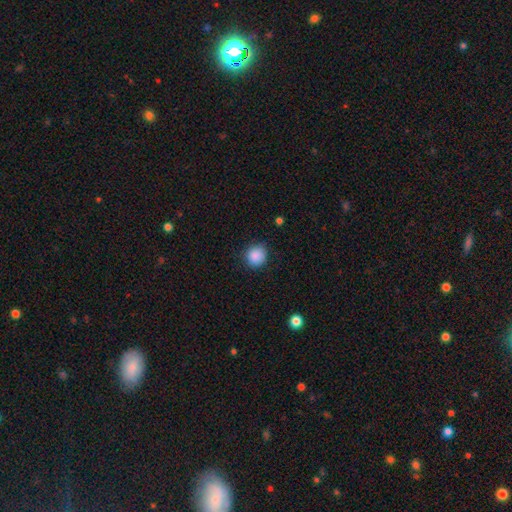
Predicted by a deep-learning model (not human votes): Smooth or featured? smooth (88%)
How rounded? round (88%)
Merging? none (83%)